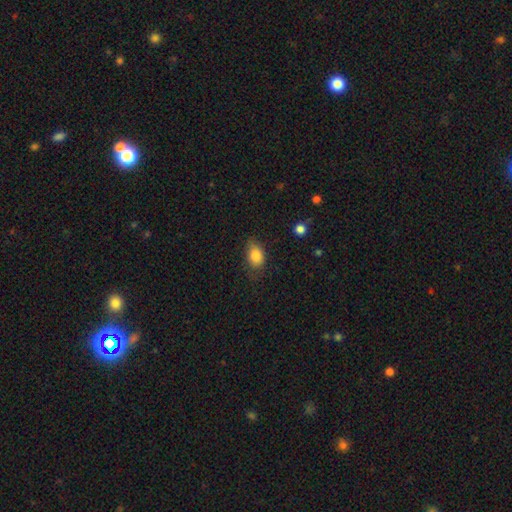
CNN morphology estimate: Smooth or featured? smooth (85%)
How rounded? in between (81%)
Merging? none (67%)